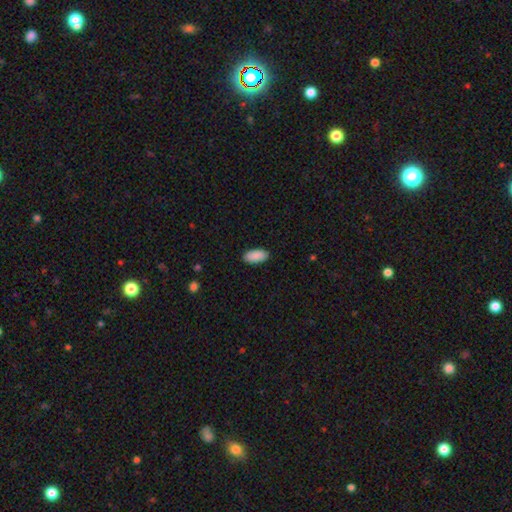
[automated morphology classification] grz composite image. It shows a smooth galaxy with no disk features (91%) that is in between round and cigar-shaped (93%). Merging: none (90%).